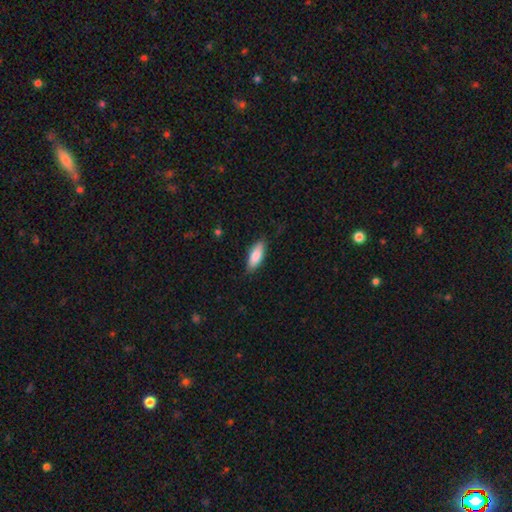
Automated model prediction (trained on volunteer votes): A smooth galaxy with no disk features (84%) that is in between round and cigar-shaped (73%). Merging: none (83%).